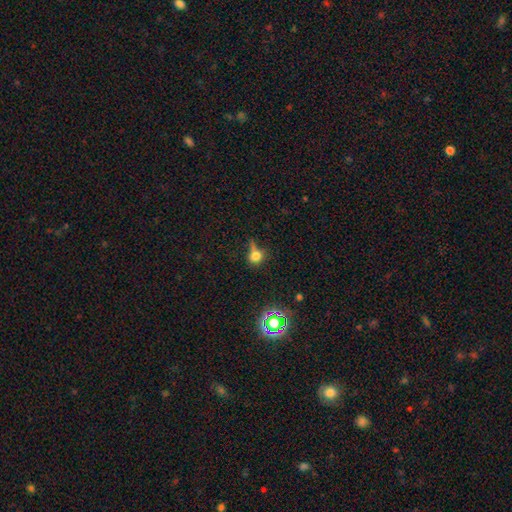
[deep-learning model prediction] Smooth or featured? smooth (69%)
How rounded? round (72%)
Merging? none (44%)